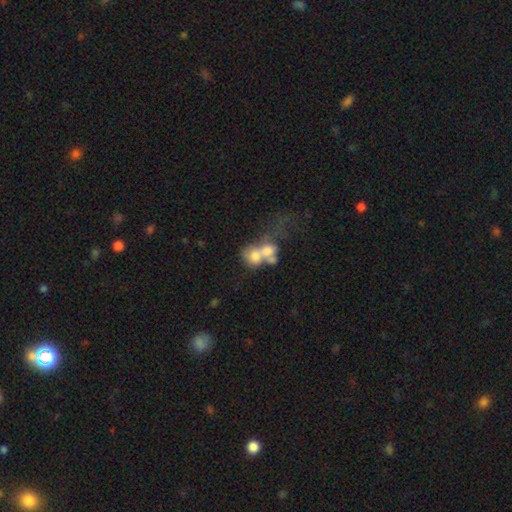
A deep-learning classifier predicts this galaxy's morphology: smooth-or-featured: smooth: 63% | featured or disk: 26% | star or artifact: 11%
  how-rounded: round: 53% | in between: 45% | cigar-shaped: 2%
  merging: merger: 72% | none: 13% | major disturbance: 9% | minor disturbance: 5%